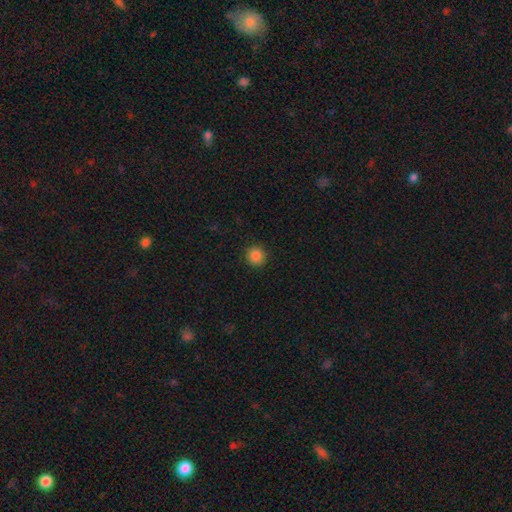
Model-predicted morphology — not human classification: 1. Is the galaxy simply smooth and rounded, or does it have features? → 86% smooth, 11% star or artifact, 3% featured or disk.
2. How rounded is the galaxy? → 94% round, 5% in between, 1% cigar-shaped.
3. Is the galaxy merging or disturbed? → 92% none, 6% minor disturbance, 2% major disturbance, 1% merger.